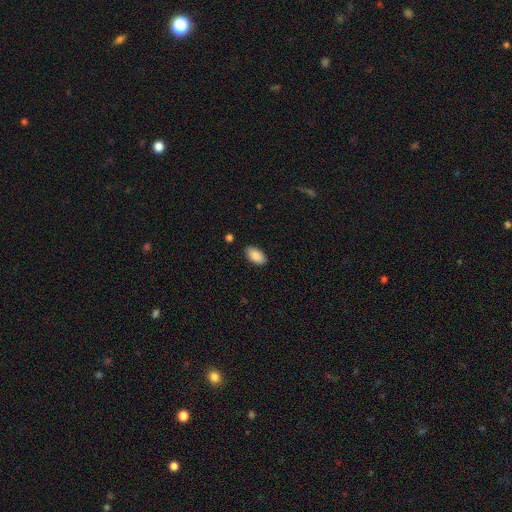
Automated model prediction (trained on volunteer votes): Smooth or featured?
  - smooth: 87% *
  - star or artifact: 7%
  - featured or disk: 6%
How rounded?
  - in between: 95% *
  - round: 3%
  - cigar-shaped: 2%
Merging?
  - none: 86% *
  - minor disturbance: 10%
  - major disturbance: 2%
  - merger: 1%